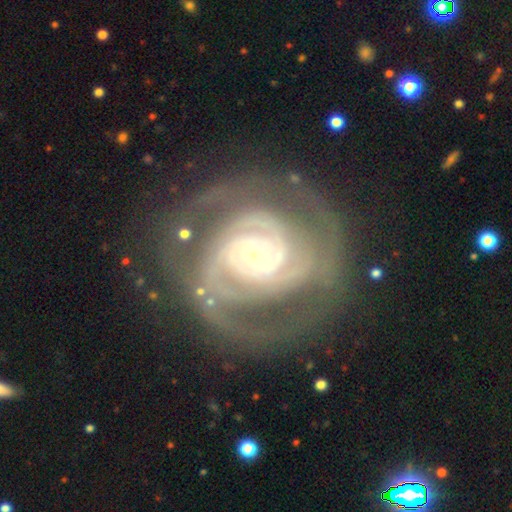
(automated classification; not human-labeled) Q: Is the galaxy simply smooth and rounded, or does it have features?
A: featured or disk — 89%.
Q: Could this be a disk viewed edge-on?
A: no — 98%.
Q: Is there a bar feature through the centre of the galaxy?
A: no — 69%.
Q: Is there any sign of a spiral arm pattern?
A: yes — 97%.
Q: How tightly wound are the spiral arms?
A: tight — 68%.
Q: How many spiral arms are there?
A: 2 — 36%.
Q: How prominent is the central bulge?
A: small — 74%.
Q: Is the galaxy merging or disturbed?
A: none — 70%.